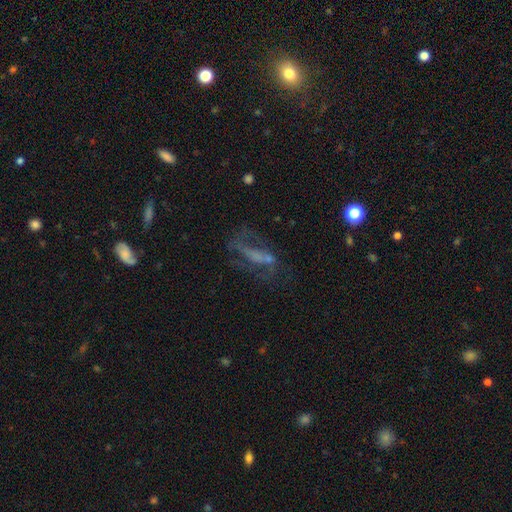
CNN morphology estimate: Overall: featured or disk (52%; smooth 25%). Edge-on disk: no (85%). Merging: none (47%; major disturbance 30%).